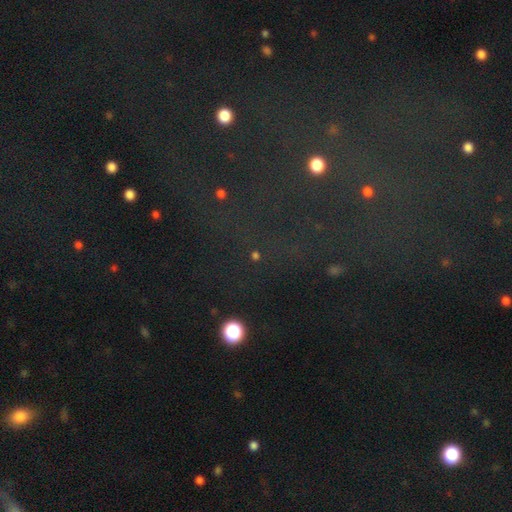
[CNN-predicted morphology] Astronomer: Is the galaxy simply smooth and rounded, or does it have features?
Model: star or artifact — 61%.